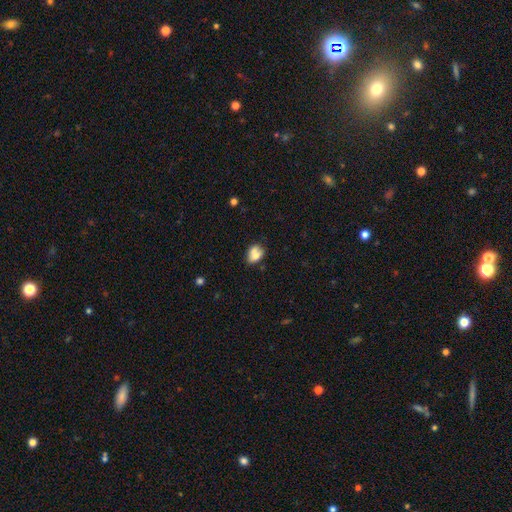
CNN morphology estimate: A smooth galaxy with no disk features (64%) that is in between round and cigar-shaped (68%). Merging: none (38%).